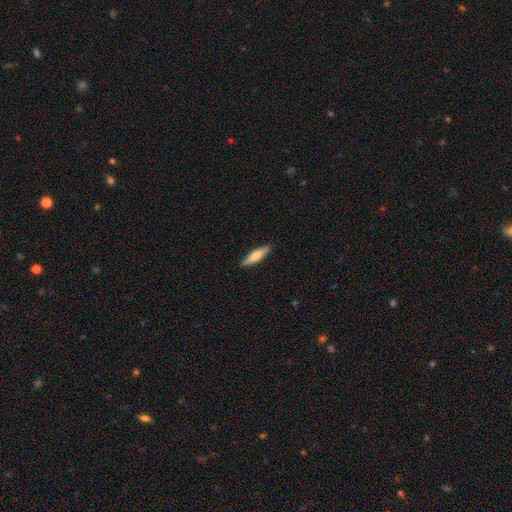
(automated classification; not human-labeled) A smooth galaxy with no disk features (63%) that is cigar-shaped (76%).

Vote fractions:
- Smooth or featured? smooth: 63% / featured or disk: 32% / star or artifact: 5%
- How rounded? cigar-shaped: 76% / in between: 23% / round: 2%
- Merging? none: 89% / minor disturbance: 8% / major disturbance: 2% / merger: 1%